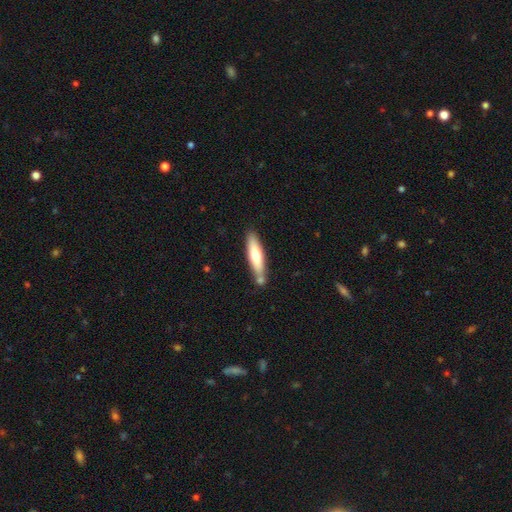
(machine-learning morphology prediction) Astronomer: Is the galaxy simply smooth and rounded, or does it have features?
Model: smooth — 68%.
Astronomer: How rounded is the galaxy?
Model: cigar-shaped — 78%.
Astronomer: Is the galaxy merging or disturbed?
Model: none — 69%.